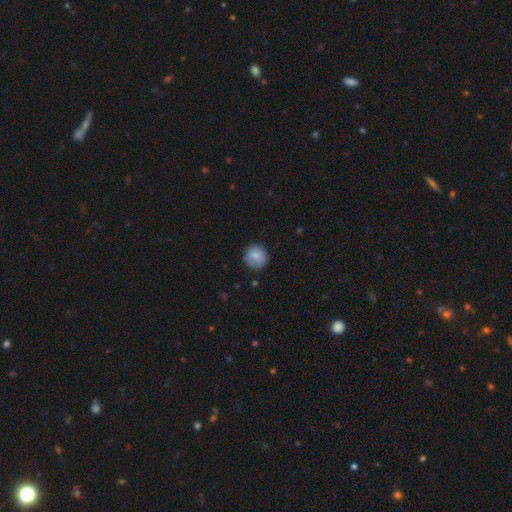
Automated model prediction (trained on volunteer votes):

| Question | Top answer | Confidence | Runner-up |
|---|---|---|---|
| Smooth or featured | smooth | 83% | featured or disk (9%) |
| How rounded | round | 91% | in between (8%) |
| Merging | none | 79% | minor disturbance (16%) |